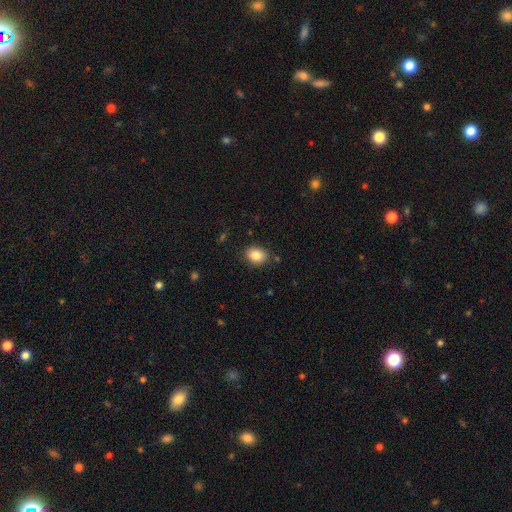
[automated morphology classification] type=smooth (85%); roundness=in between (64%); merging=none (85%).